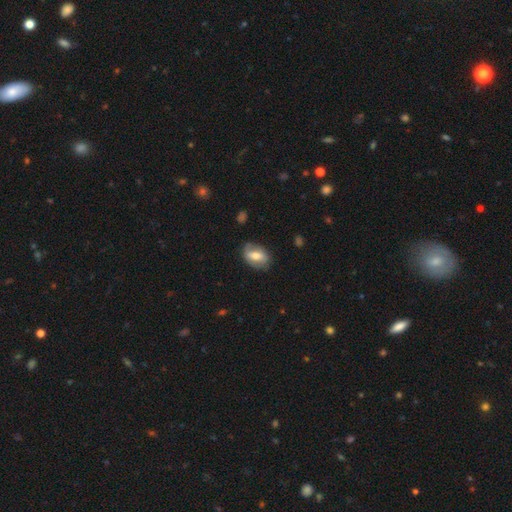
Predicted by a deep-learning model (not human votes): smooth-or-featured: smooth: 54% | featured or disk: 39% | star or artifact: 7%
  how-rounded: in between: 84% | round: 13% | cigar-shaped: 3%
  merging: none: 73% | minor disturbance: 20% | major disturbance: 6% | merger: 1%